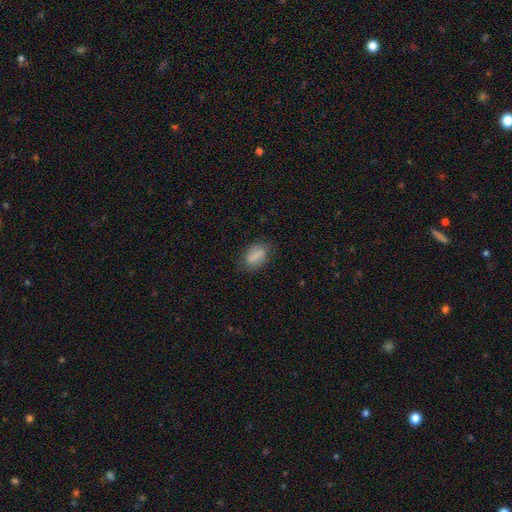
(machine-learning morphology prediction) Overall: smooth (81%). How rounded: in between (86%). Merging: none (78%).